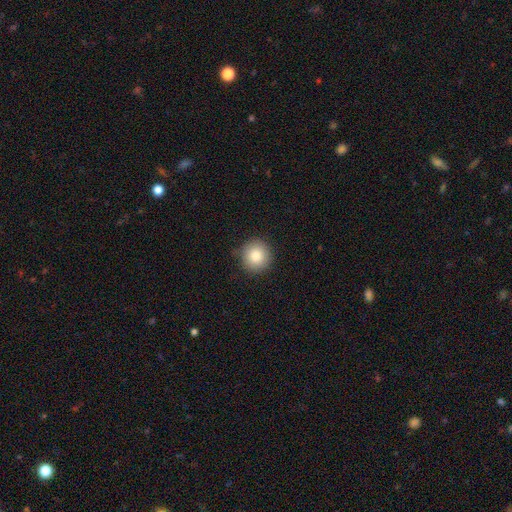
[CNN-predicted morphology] Smooth or featured: smooth — 85% (star or artifact — 9%)
How rounded: round — 95% (in between — 5%)
Merging: none — 88% (minor disturbance — 9%)